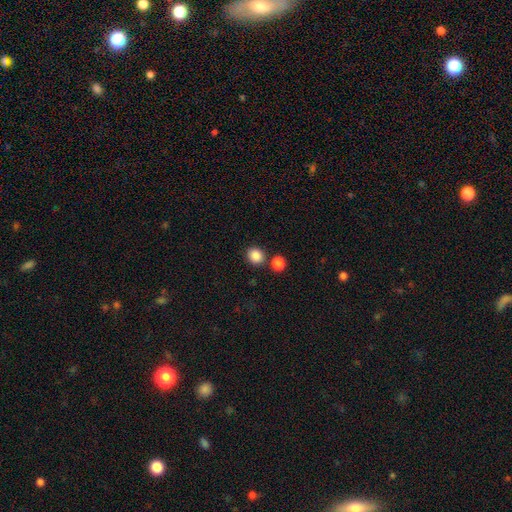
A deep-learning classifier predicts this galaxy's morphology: smooth 86%, star or artifact 10%, featured or disk 4%. Down the decision tree: how rounded — round (74%); merging — none (78%).